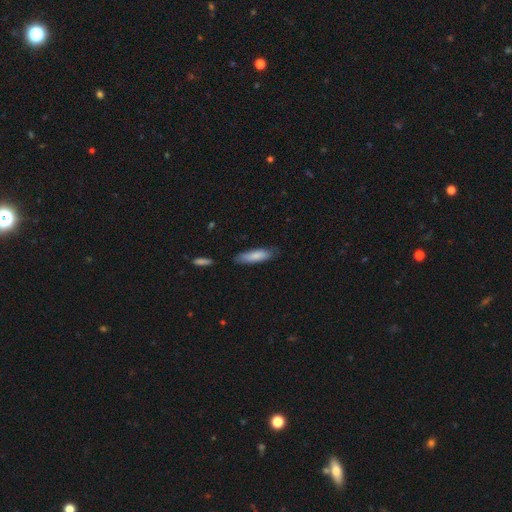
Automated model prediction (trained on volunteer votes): smooth-or-featured: smooth: 81% | featured or disk: 13% | star or artifact: 6%
  how-rounded: cigar-shaped: 63% | in between: 36% | round: 1%
  merging: none: 78% | minor disturbance: 17% | major disturbance: 3% | merger: 2%